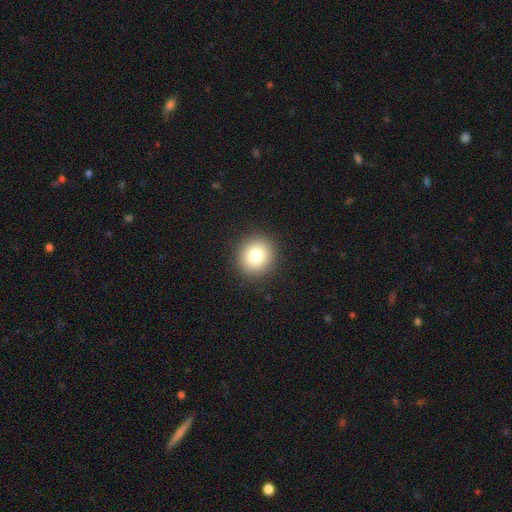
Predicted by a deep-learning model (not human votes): This appears to be a smooth galaxy with no disk features (81%) that is round (88%). Merging: none (91%).